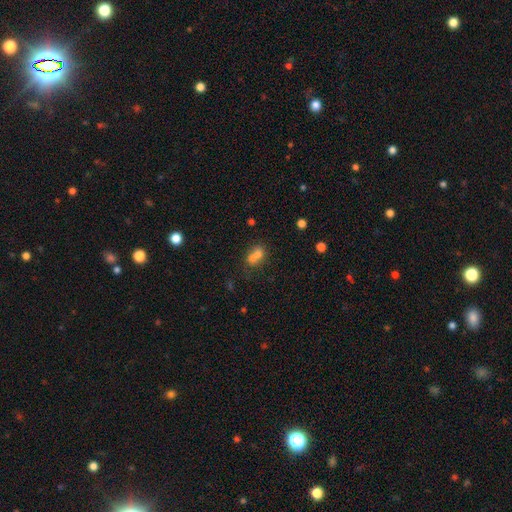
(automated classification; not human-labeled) Smooth or featured? Predicted: smooth (p=0.69). How rounded? Predicted: round (p=0.51). Merging? Predicted: merger (p=0.63).